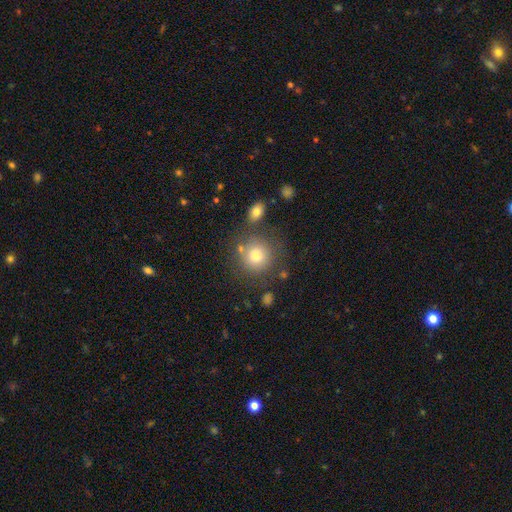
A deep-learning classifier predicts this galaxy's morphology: smooth 78%, featured or disk 11%, star or artifact 10%. Down the decision tree: how rounded — round (89%); merging — none (71%).